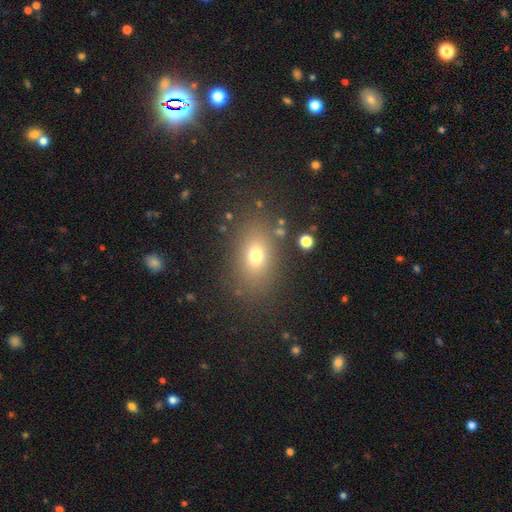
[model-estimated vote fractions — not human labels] Smooth or featured: smooth — 70% (star or artifact — 16%)
How rounded: in between — 74% (round — 24%)
Merging: none — 82% (minor disturbance — 10%)